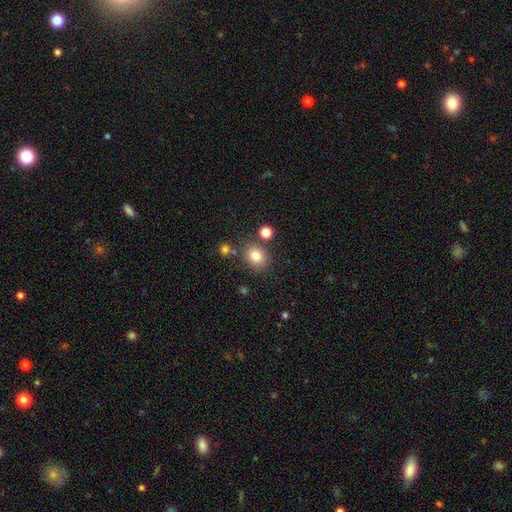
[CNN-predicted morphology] This is clearly a smooth galaxy (80%). How rounded: likely round (62%). Merging: likely none (77%).